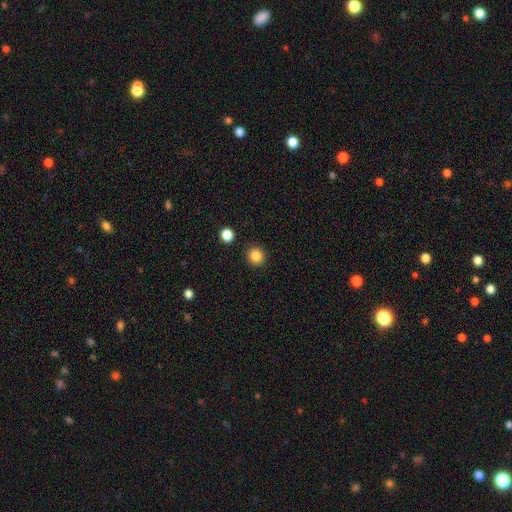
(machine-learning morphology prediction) type=smooth (86%); roundness=round (91%); merging=none (91%).